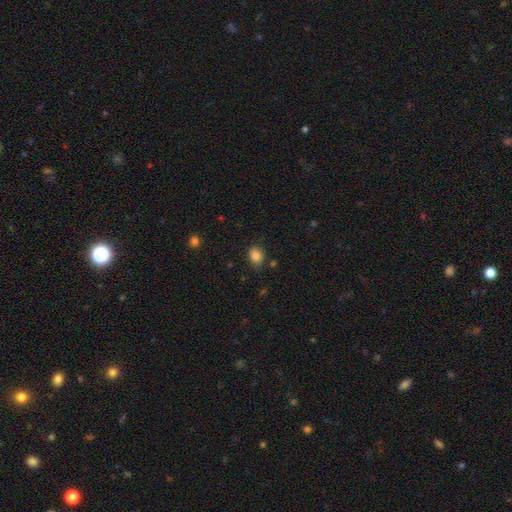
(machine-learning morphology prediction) type=smooth (85%); roundness=in between (58%); merging=none (79%).